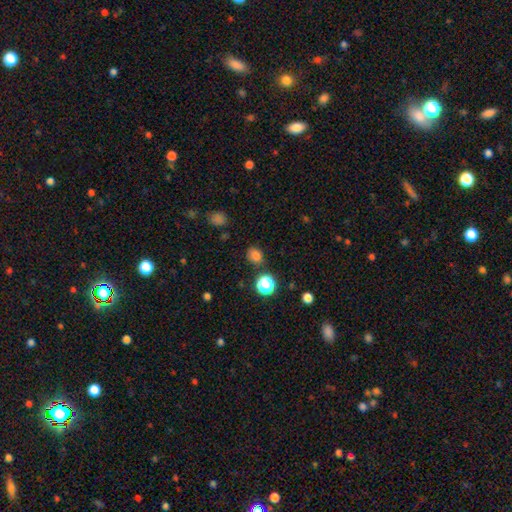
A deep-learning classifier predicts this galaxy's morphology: This appears to be a smooth galaxy with no disk features (78%) that is round (68%). Merging: none (83%).